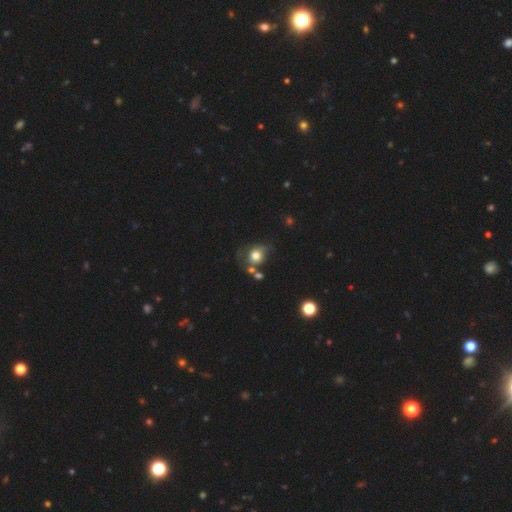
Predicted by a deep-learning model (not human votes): Overall: smooth (73%). How rounded: round (73%). Merging: none (47%; minor disturbance 23%).